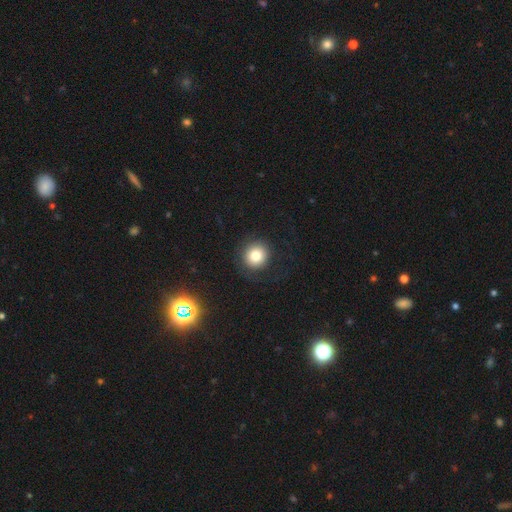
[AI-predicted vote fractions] A smooth galaxy with no disk features (80%) that is round (92%).

Vote fractions:
- Smooth or featured? smooth: 80% / star or artifact: 11% / featured or disk: 9%
- How rounded? round: 92% / in between: 7% / cigar-shaped: 1%
- Merging? none: 87% / minor disturbance: 8% / major disturbance: 4% / merger: 1%